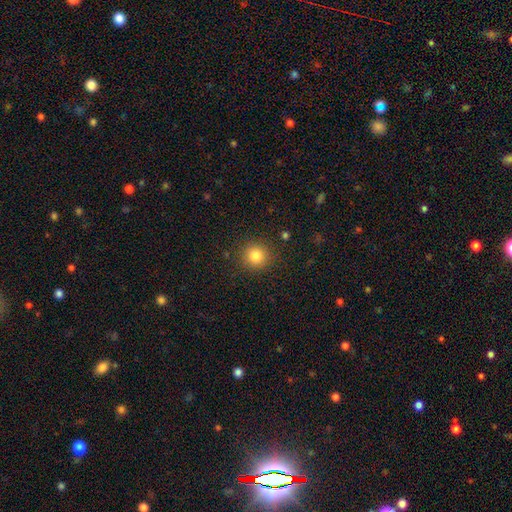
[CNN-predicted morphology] Smooth or featured?
  - smooth: 83% *
  - star or artifact: 12%
  - featured or disk: 5%
How rounded?
  - round: 92% *
  - in between: 7%
  - cigar-shaped: 1%
Merging?
  - none: 89% *
  - minor disturbance: 7%
  - major disturbance: 3%
  - merger: 1%